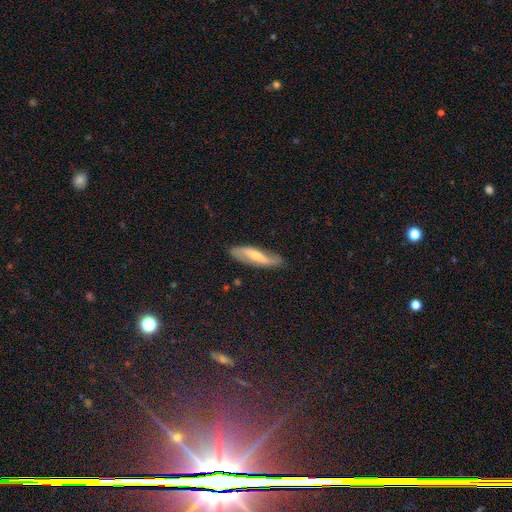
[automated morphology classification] This appears to be a featured or disk galaxy (63%). Merging: none (78%).